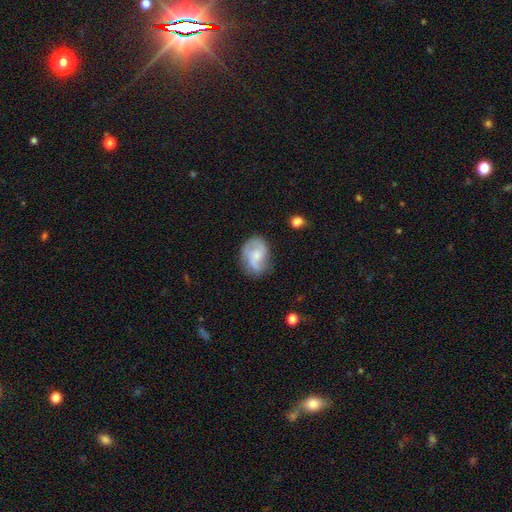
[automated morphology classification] A featured or disk galaxy (65%) with no bar (57%), 2 (76%) medium (46%) spiral arms (88%) and a small central bulge (49%).

Vote fractions:
- Smooth or featured? featured or disk: 65% / smooth: 28% / star or artifact: 7%
- Edge-on disk? no: 98% / yes: 2%
- Bar? no: 57% / weak: 36% / strong: 6%
- Spiral arms? yes: 88% / no: 12%
- Spiral winding? medium: 46% / loose: 34% / tight: 20%
- Spiral arm count? 2: 76% / can't tell: 11% / 1: 7% / 3: 4% / 4: 1% / more than 4: 1%
- Bulge size? small: 49% / moderate: 35% / none: 12% / large: 3% / dominant: 1%
- Merging? none: 59% / minor disturbance: 26% / major disturbance: 12% / merger: 3%